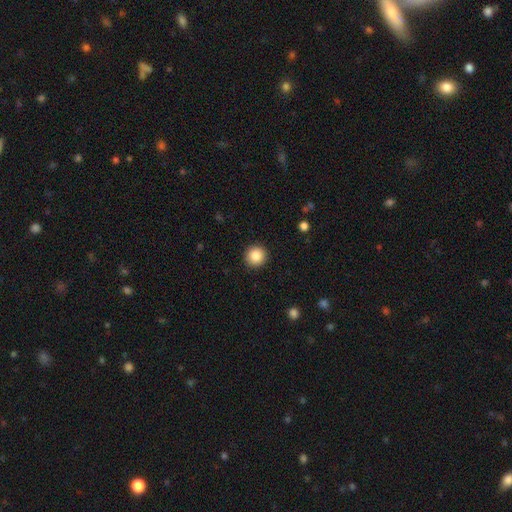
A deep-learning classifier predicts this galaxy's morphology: Smooth or featured: smooth — 85% (star or artifact — 9%)
How rounded: round — 94% (in between — 5%)
Merging: none — 92% (minor disturbance — 5%)